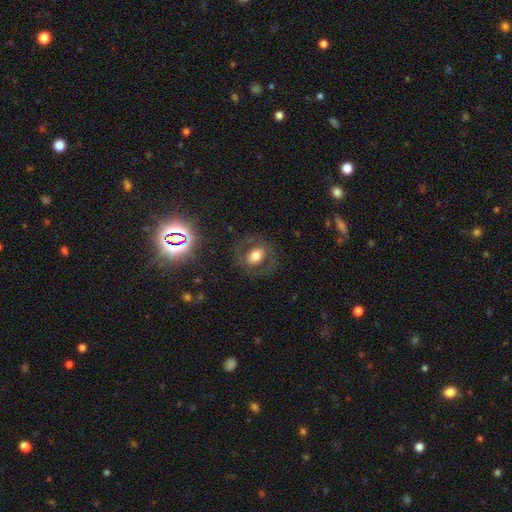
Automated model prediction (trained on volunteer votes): This appears to be a smooth galaxy with no disk features (50%). Merging: none (76%).